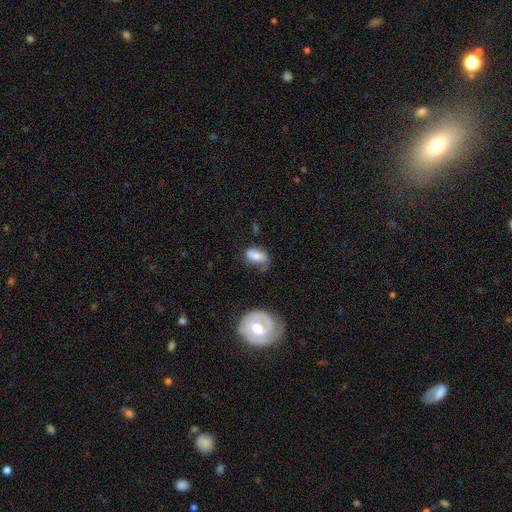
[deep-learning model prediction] Smooth or featured? Predicted: smooth (p=0.74). How rounded? Predicted: in between (p=0.90). Merging? Predicted: none (p=0.44).